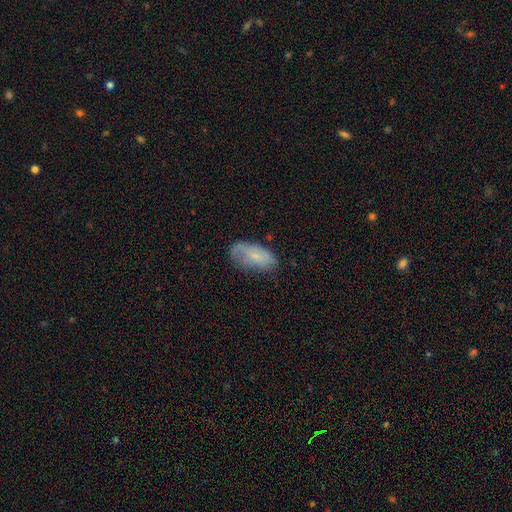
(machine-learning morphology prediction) Smooth or featured: smooth — 62% (featured or disk — 30%)
How rounded: in between — 92% (cigar-shaped — 5%)
Merging: none — 55% (minor disturbance — 31%)